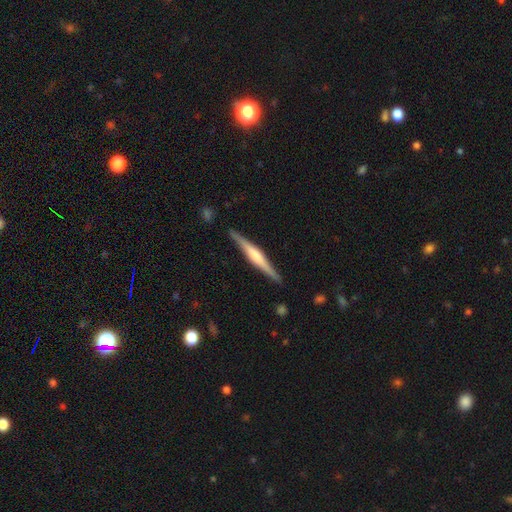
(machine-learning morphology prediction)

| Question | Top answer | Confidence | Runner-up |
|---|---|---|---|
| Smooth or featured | featured or disk | 71% | smooth (24%) |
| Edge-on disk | yes | 98% | no (2%) |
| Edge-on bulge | rounded | 55% | boxy (32%) |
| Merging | none | 90% | minor disturbance (8%) |